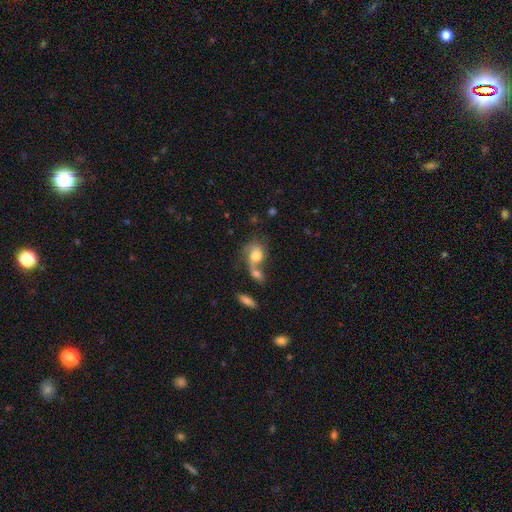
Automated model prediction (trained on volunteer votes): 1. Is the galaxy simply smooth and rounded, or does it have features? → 67% smooth, 24% featured or disk, 9% star or artifact.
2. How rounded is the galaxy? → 58% in between, 40% round, 2% cigar-shaped.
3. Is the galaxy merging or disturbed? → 59% merger, 20% none, 11% major disturbance, 10% minor disturbance.